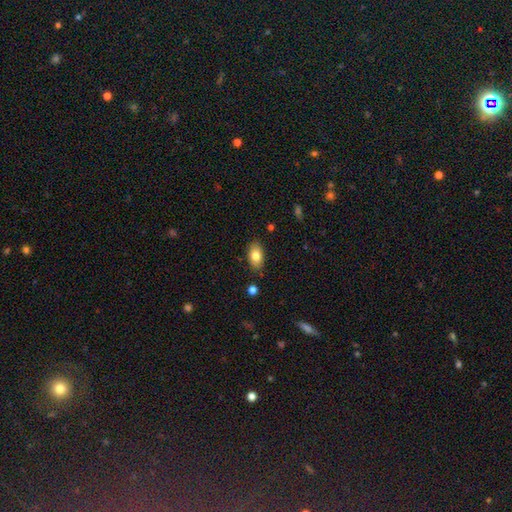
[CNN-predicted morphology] type=smooth (80%); roundness=in between (90%); merging=none (86%).